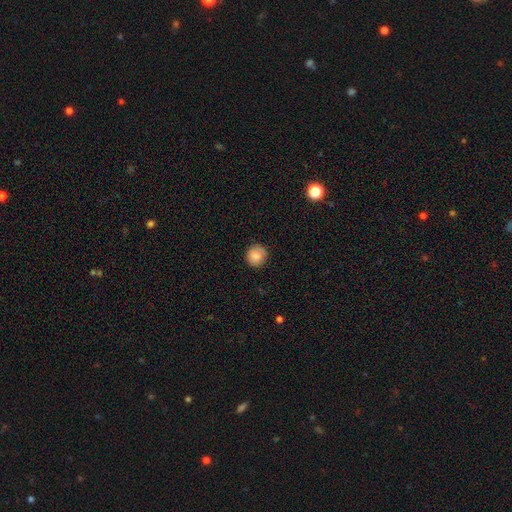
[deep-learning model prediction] smooth 86%, star or artifact 8%, featured or disk 6%. Down the decision tree: how rounded — round (88%); merging — none (85%).